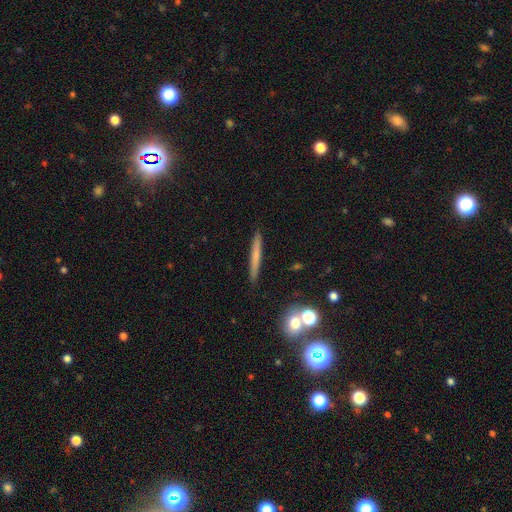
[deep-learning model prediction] A smooth galaxy with no disk features (60%) that is cigar-shaped (95%).

Vote fractions:
- Smooth or featured? smooth: 60% / featured or disk: 32% / star or artifact: 8%
- How rounded? cigar-shaped: 95% / in between: 3% / round: 2%
- Merging? none: 90% / minor disturbance: 6% / merger: 2% / major disturbance: 2%